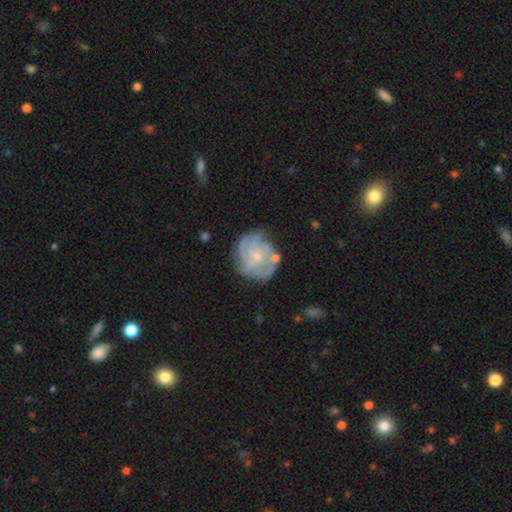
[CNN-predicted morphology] This appears to be a featured or disk galaxy (72%) with no bar (73%), tight (55%) spiral arms (82%) and a small central bulge (62%). Merging: none (63%).